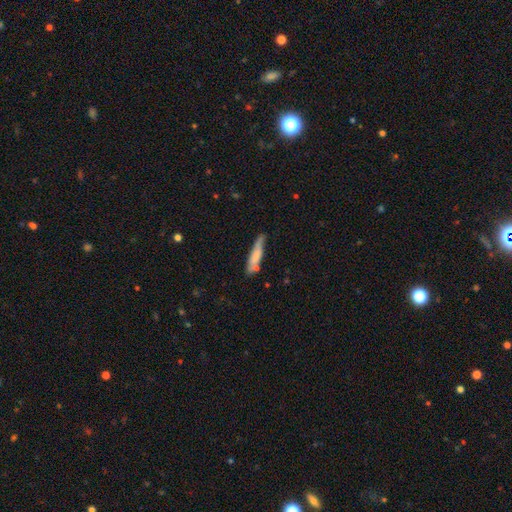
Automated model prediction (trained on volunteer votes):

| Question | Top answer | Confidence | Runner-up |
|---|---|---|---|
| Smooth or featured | smooth | 68% | featured or disk (25%) |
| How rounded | cigar-shaped | 82% | in between (16%) |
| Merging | none | 57% | minor disturbance (26%) |